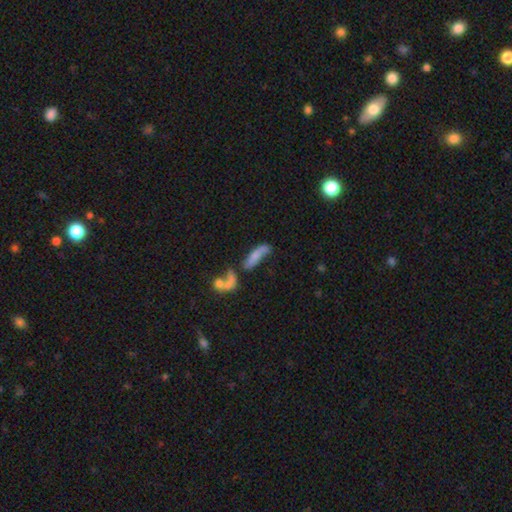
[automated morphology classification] This is possibly a smooth galaxy (56%). How rounded: likely cigar-shaped (60%). Merging: marginally none (37%).